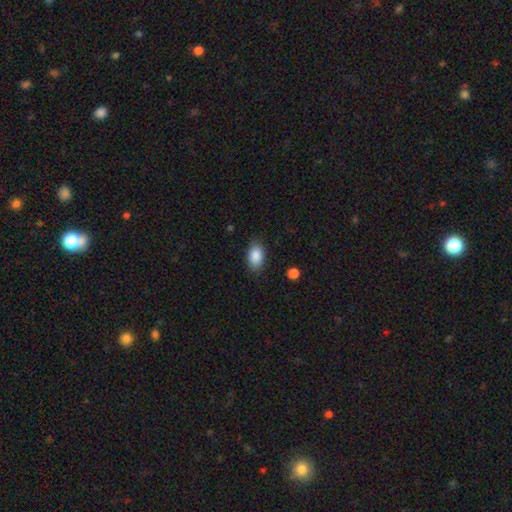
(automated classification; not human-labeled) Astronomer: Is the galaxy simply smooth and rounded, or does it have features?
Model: smooth — 88%.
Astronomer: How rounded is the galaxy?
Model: in between — 91%.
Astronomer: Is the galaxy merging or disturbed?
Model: none — 84%.